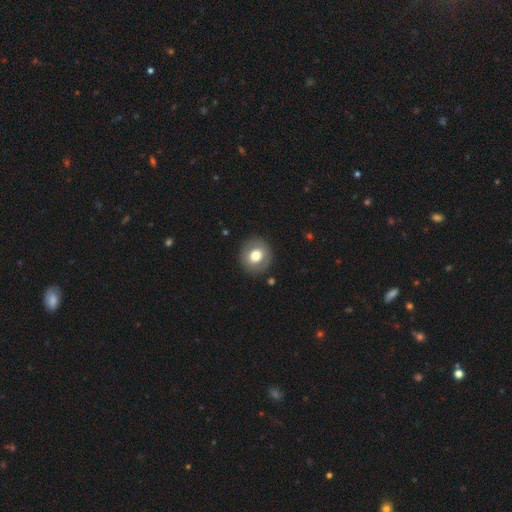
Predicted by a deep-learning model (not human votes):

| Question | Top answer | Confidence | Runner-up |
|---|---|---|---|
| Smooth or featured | smooth | 69% | featured or disk (23%) |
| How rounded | round | 82% | in between (17%) |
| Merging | none | 88% | minor disturbance (8%) |